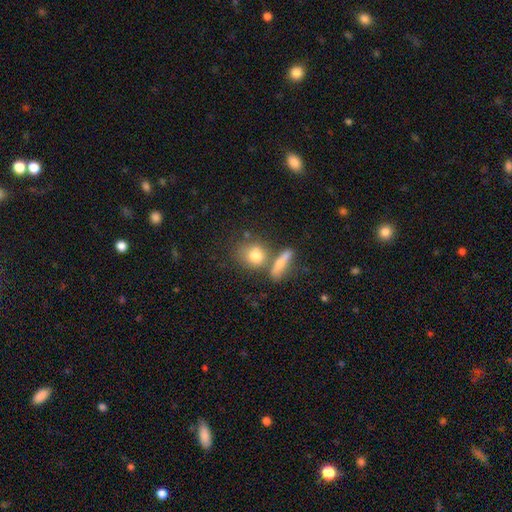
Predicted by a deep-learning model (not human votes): The model was most divided on "merging": none: 50%, merger: 32%, minor disturbance: 12%, major disturbance: 6%. More confident: smooth or featured — smooth (77%); how rounded — round (65%).